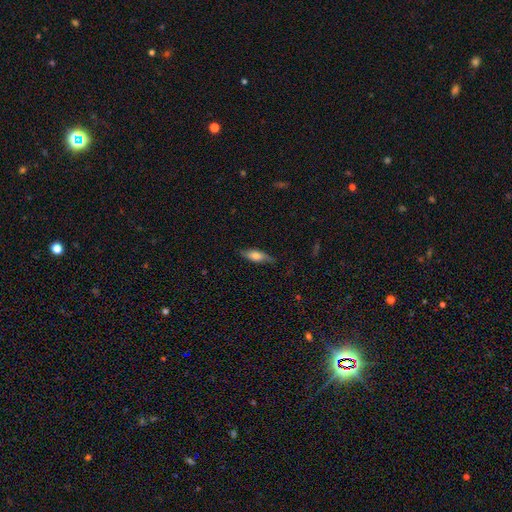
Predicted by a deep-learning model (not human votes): Morphology: type=smooth (63%); roundness=in between (58%); merging=none (75%).